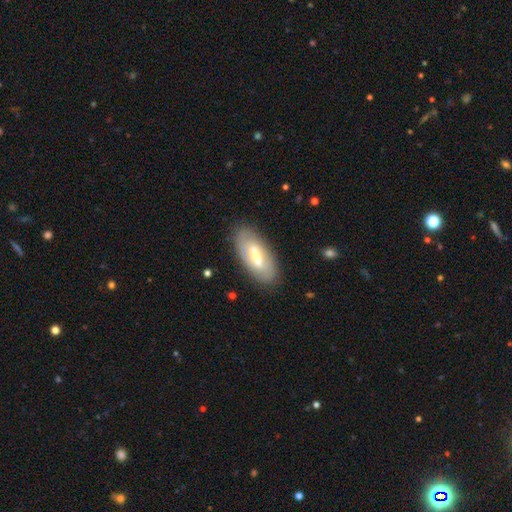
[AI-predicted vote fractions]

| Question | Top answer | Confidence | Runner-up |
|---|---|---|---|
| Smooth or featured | featured or disk | 56% | smooth (37%) |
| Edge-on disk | no | 81% | yes (19%) |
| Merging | none | 85% | minor disturbance (10%) |